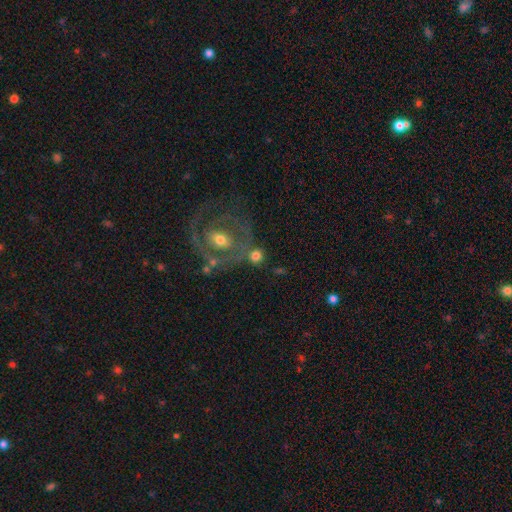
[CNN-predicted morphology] smooth-or-featured: smooth: 64% | featured or disk: 26% | star or artifact: 10%
  how-rounded: round: 83% | in between: 16% | cigar-shaped: 1%
  merging: none: 62% | merger: 17% | minor disturbance: 13% | major disturbance: 8%